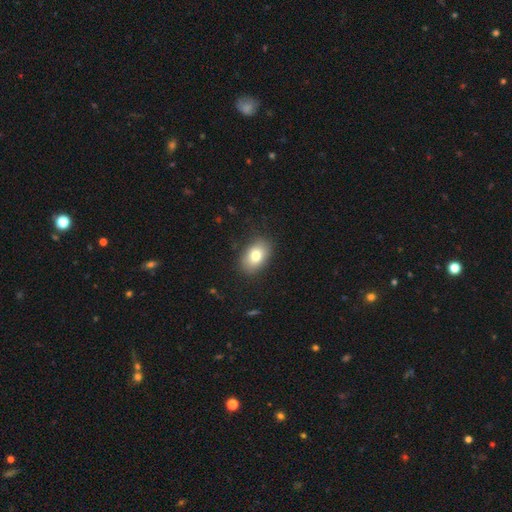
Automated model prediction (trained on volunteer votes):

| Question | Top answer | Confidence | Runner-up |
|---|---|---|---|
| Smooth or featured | smooth | 79% | featured or disk (13%) |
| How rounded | in between | 83% | round (15%) |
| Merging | none | 85% | minor disturbance (11%) |